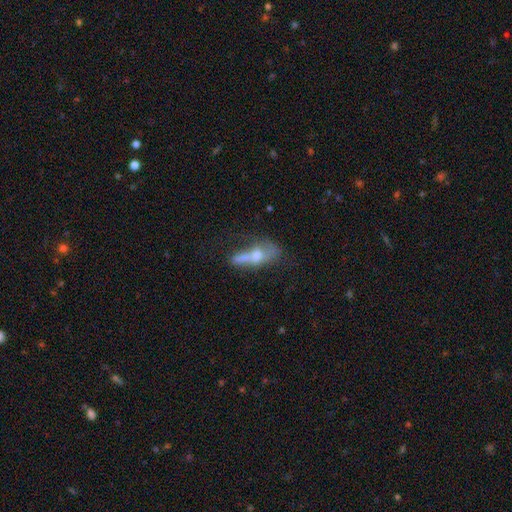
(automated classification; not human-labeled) Smooth or featured?
  - featured or disk: 48% *
  - smooth: 42%
  - star or artifact: 11%
Merging?
  - merger: 31% *
  - none: 29%
  - major disturbance: 21%
  - minor disturbance: 19%